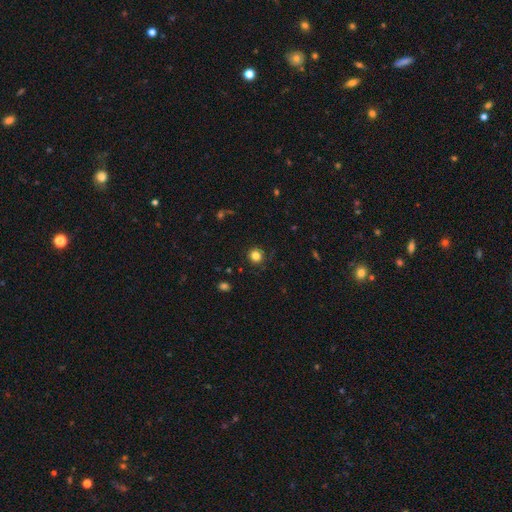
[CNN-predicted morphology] smooth-or-featured: smooth: 82% | star or artifact: 13% | featured or disk: 5%
  how-rounded: round: 93% | in between: 6% | cigar-shaped: 1%
  merging: none: 88% | minor disturbance: 8% | major disturbance: 3% | merger: 1%